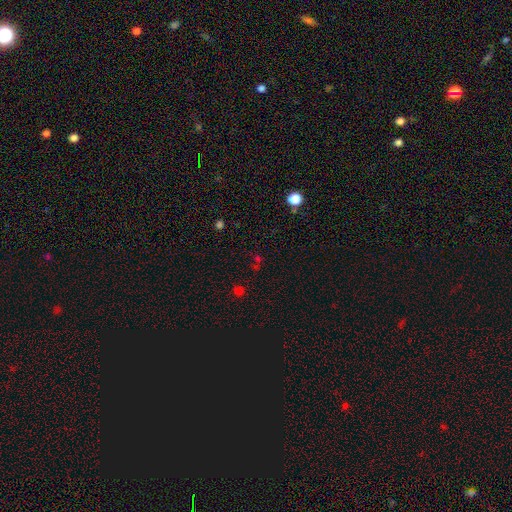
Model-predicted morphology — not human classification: A star or artifact, not a galaxy (54%).